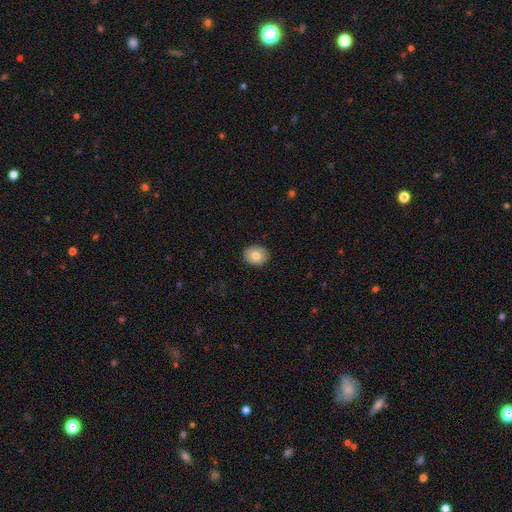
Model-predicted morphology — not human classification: Smooth or featured: smooth — 79% (featured or disk — 14%)
How rounded: round — 50% (in between — 49%)
Merging: none — 89% (minor disturbance — 8%)